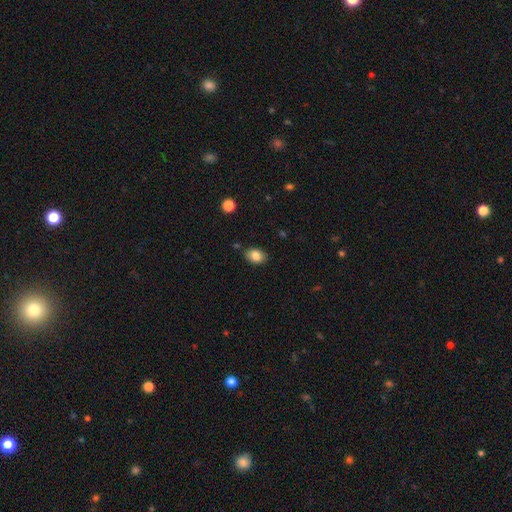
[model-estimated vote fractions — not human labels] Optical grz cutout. It shows a smooth galaxy with no disk features (84%) that is in between round and cigar-shaped (71%). Merging: none (81%).